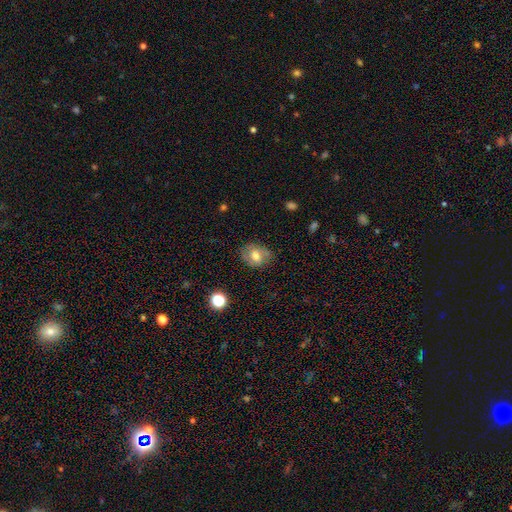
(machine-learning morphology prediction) This is possibly a smooth galaxy (57%). How rounded: possibly in between (57%). Merging: likely none (71%).